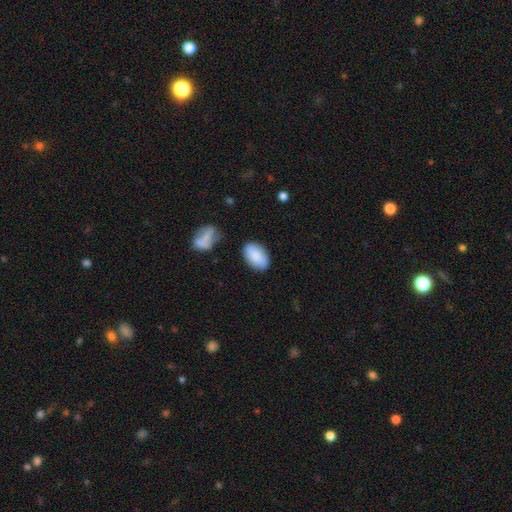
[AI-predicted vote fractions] smooth_or_featured: smooth (p=0.86) [alt: featured or disk p=0.08]
how_rounded: in between (p=0.93) [alt: round p=0.06]
merging: none (p=0.79) [alt: minor disturbance p=0.14]